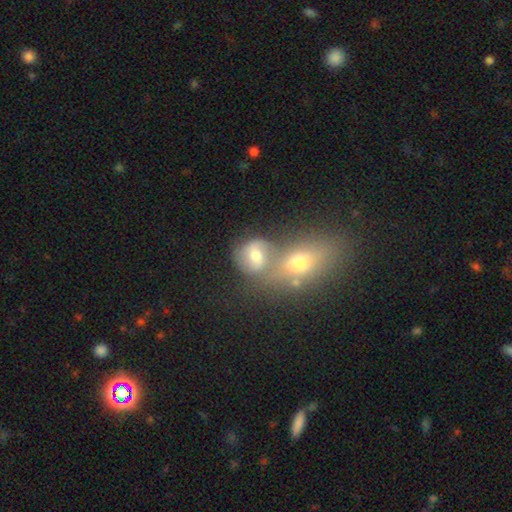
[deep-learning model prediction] A smooth galaxy with no disk features (57%) that is round (53%). Merging: merger (49%).